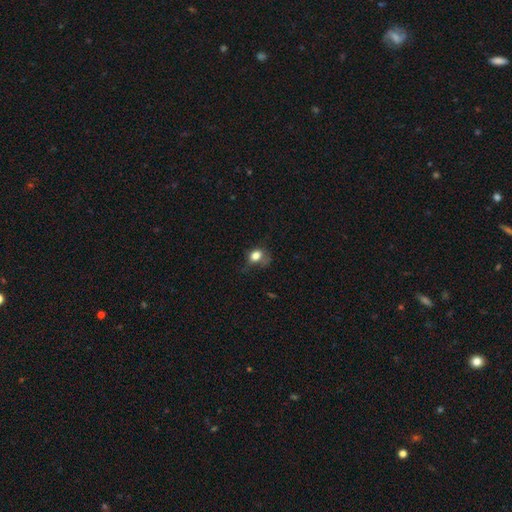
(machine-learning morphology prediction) Q: Smooth or featured?
A: smooth (76%); runner-up: featured or disk (12%)
Q: How rounded?
A: in between (56%); runner-up: round (42%)
Q: Merging?
A: none (38%); runner-up: minor disturbance (30%)